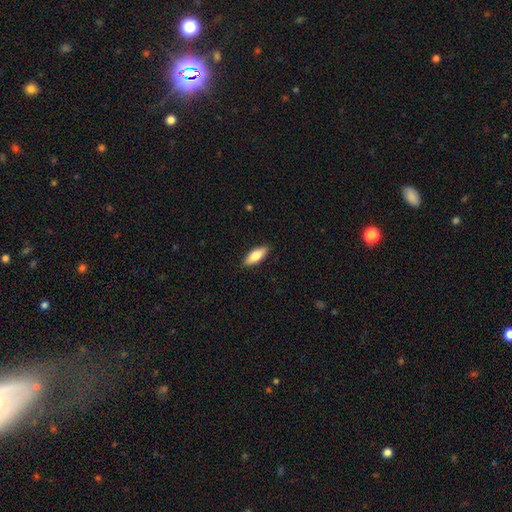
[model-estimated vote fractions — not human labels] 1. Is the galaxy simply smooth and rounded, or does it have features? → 74% smooth, 20% featured or disk, 6% star or artifact.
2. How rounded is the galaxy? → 71% in between, 27% cigar-shaped, 2% round.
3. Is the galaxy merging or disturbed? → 89% none, 9% minor disturbance, 2% major disturbance, 1% merger.